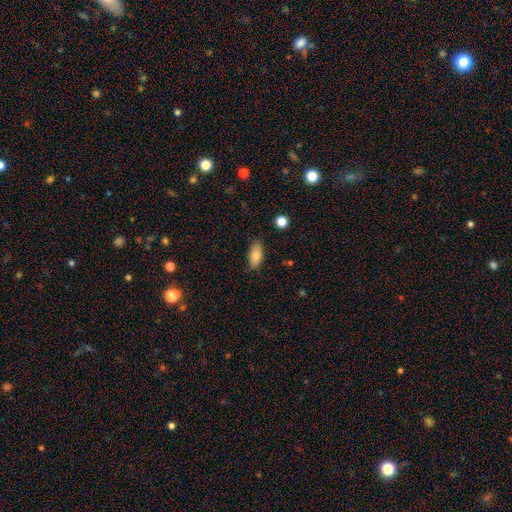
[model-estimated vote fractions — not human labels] Smooth or featured: smooth — 80% (featured or disk — 12%)
How rounded: in between — 88% (cigar-shaped — 8%)
Merging: none — 78% (minor disturbance — 18%)